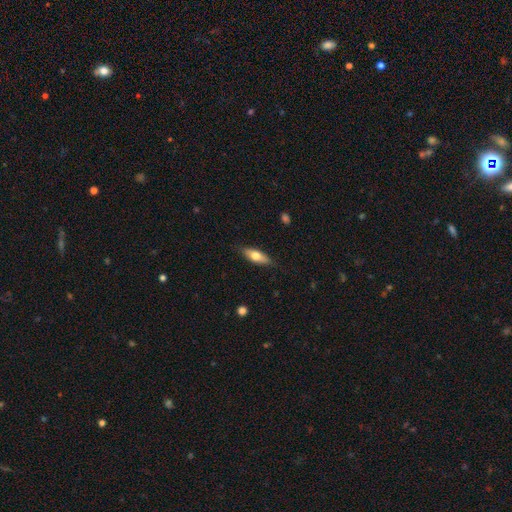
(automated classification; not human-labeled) Smooth or featured: smooth — 62% (featured or disk — 32%)
How rounded: in between — 61% (cigar-shaped — 36%)
Merging: none — 84% (minor disturbance — 12%)